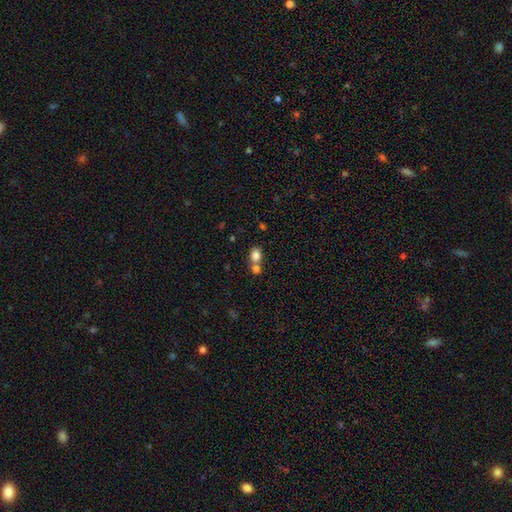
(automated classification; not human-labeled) A smooth galaxy with no disk features (82%) that is round (53%). Merging: merger (47%).